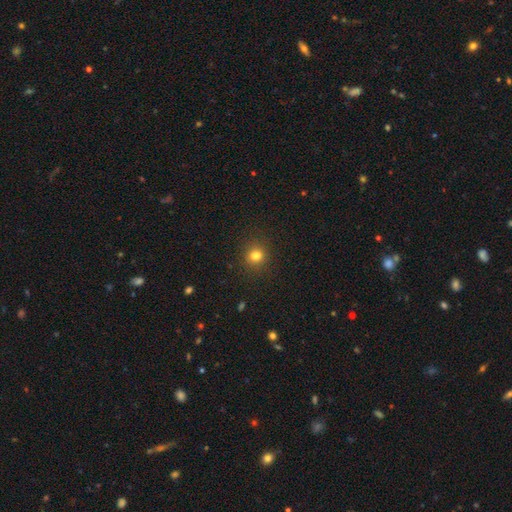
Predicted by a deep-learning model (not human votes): Overall: smooth (79%). How rounded: round (85%). Merging: none (89%).